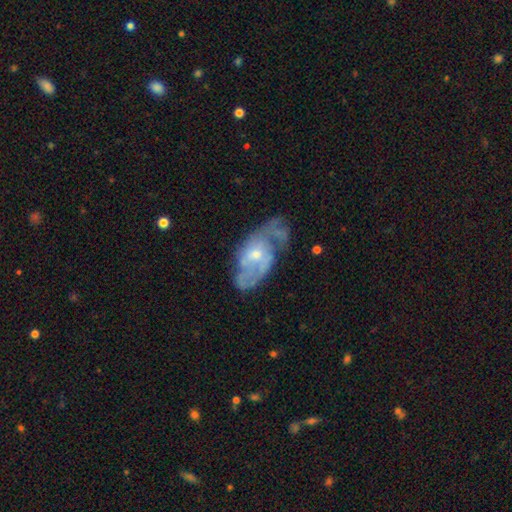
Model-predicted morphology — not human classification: Smooth or featured? featured or disk (74%)
Edge-on disk? no (95%)
Bar? no (67%)
Spiral arms? yes (76%)
Spiral winding? medium (42%)
Spiral arm count? 2 (41%)
Bulge size? small (56%)
Merging? none (44%)